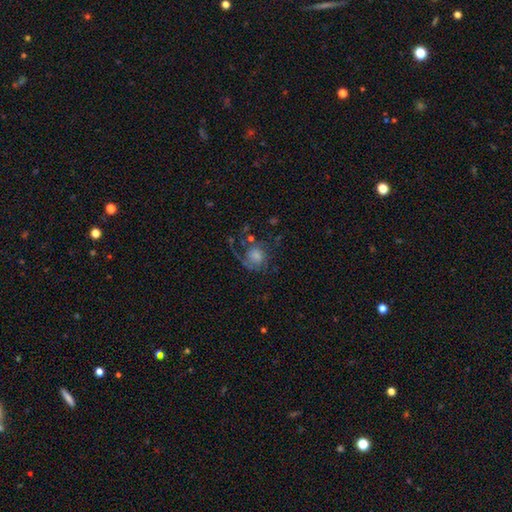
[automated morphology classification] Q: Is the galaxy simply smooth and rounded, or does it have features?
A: featured or disk — 57%.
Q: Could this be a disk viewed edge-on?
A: no — 98%.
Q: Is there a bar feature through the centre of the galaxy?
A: no — 74%.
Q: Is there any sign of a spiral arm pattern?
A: yes — 85%.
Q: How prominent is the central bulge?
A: moderate — 34%.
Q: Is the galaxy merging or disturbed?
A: none — 42%.